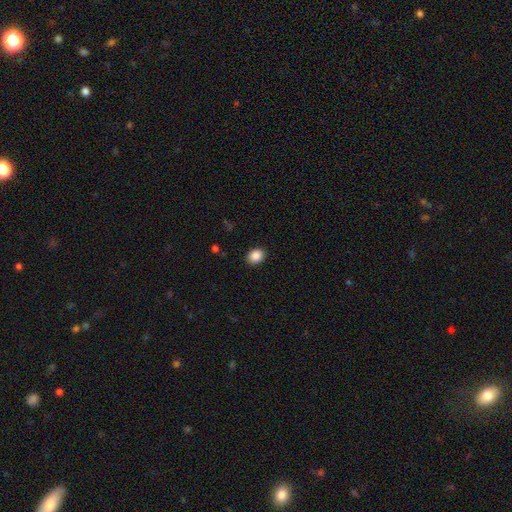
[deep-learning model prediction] Overall: smooth (88%). How rounded: in between (53%; round 46%). Merging: none (90%).